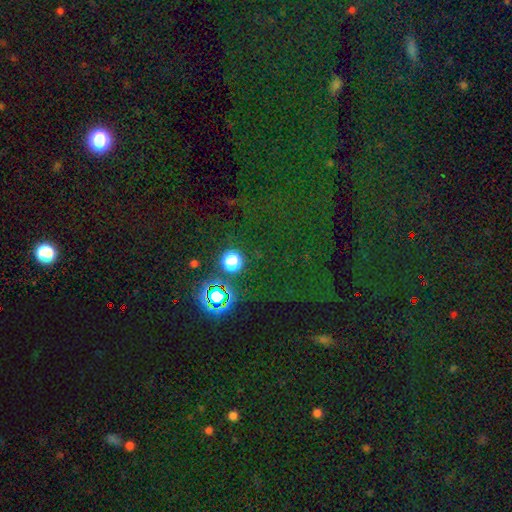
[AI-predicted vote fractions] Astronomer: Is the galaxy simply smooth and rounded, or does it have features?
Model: star or artifact — 76%.